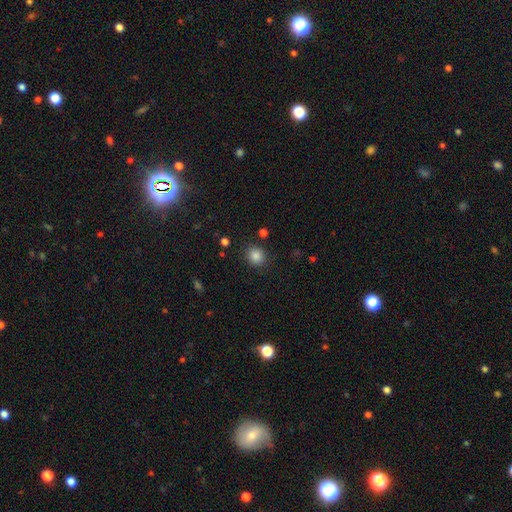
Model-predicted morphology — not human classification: Smooth or featured?
  - smooth: 85% *
  - star or artifact: 11%
  - featured or disk: 4%
How rounded?
  - round: 86% *
  - in between: 13%
  - cigar-shaped: 1%
Merging?
  - none: 87% *
  - minor disturbance: 8%
  - major disturbance: 3%
  - merger: 2%